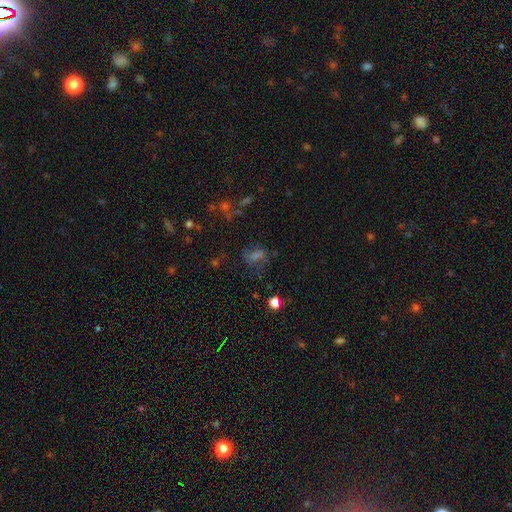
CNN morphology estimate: Smooth or featured?
  - smooth: 41% *
  - star or artifact: 35%
  - featured or disk: 24%
Merging?
  - none: 54% *
  - major disturbance: 21%
  - minor disturbance: 20%
  - merger: 5%